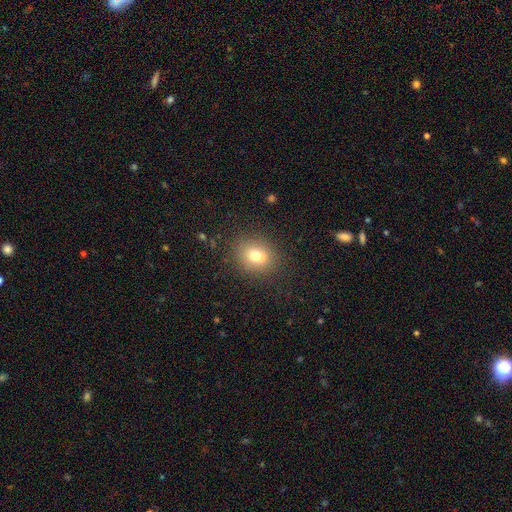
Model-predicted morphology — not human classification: Smooth or featured? smooth (74%)
How rounded? round (63%)
Merging? none (81%)